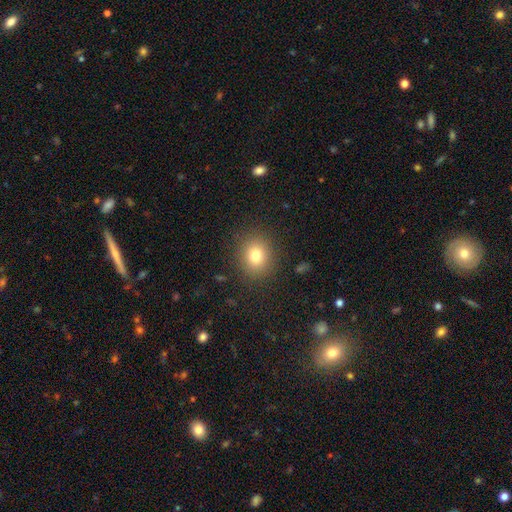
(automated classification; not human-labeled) Smooth or featured? smooth (78%)
How rounded? round (76%)
Merging? none (88%)